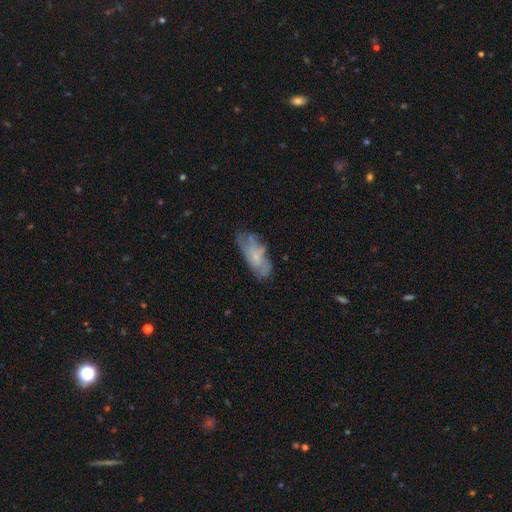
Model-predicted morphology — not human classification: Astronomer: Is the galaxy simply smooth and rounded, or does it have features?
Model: featured or disk — 49% (runner-up: smooth, 43%).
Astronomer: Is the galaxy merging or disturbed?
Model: none — 57%.